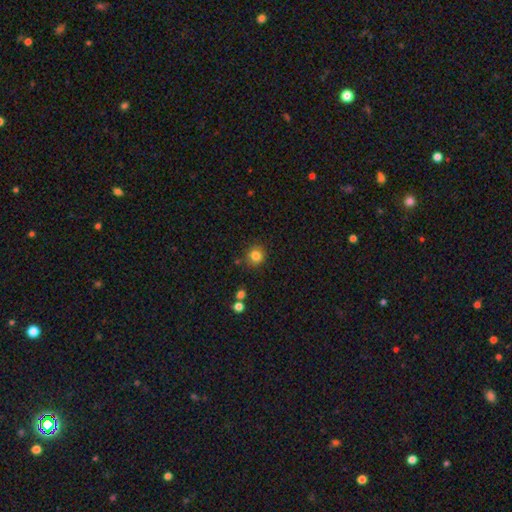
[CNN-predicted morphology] A smooth galaxy with no disk features (83%) that is round (86%).

Vote fractions:
- Smooth or featured? smooth: 83% / star or artifact: 11% / featured or disk: 6%
- How rounded? round: 86% / in between: 13% / cigar-shaped: 1%
- Merging? none: 84% / minor disturbance: 10% / merger: 3% / major disturbance: 3%